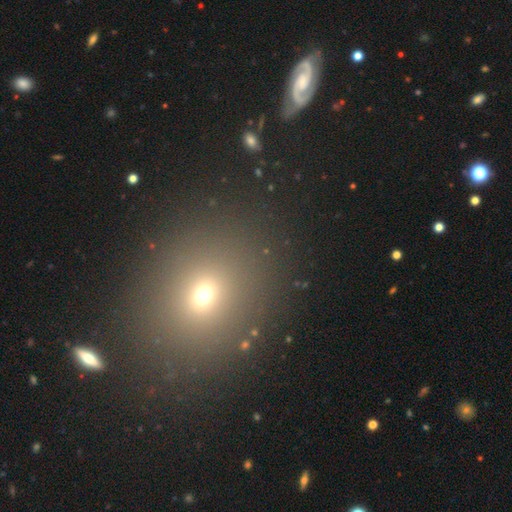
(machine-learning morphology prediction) Q: Smooth or featured?
A: smooth (60%); runner-up: star or artifact (30%)
Q: How rounded?
A: round (65%); runner-up: in between (33%)
Q: Merging?
A: none (86%); runner-up: minor disturbance (7%)